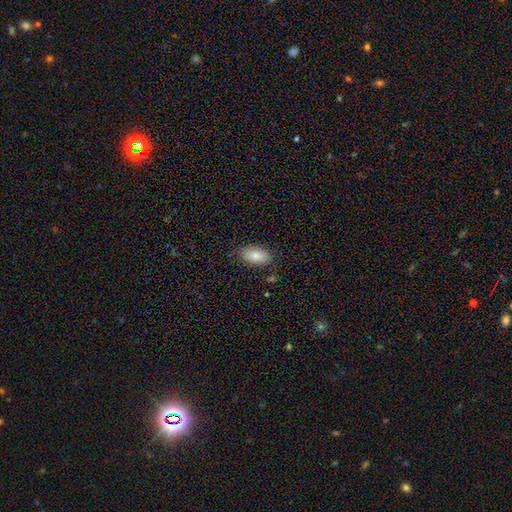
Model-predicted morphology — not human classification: Smooth or featured? smooth (83%)
How rounded? in between (93%)
Merging? none (83%)